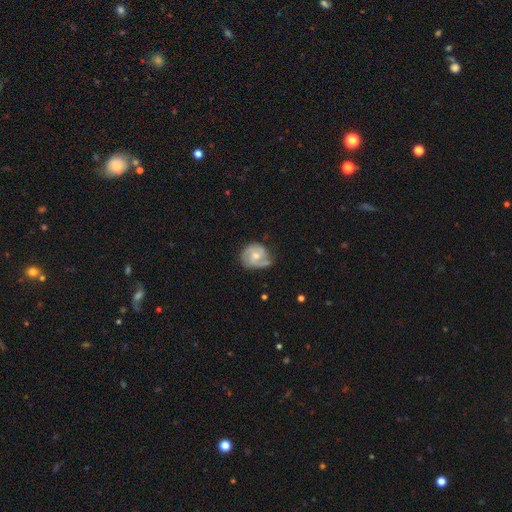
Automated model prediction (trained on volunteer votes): Smooth or featured?
  - featured or disk: 72% *
  - smooth: 22%
  - star or artifact: 6%
Edge-on disk?
  - no: 98% *
  - yes: 2%
Bar?
  - no: 63% *
  - weak: 33%
  - strong: 5%
Spiral arms?
  - yes: 92% *
  - no: 8%
Spiral winding?
  - tight: 45% *
  - medium: 42%
  - loose: 13%
Spiral arm count?
  - 2: 62% *
  - can't tell: 14%
  - 3: 13%
  - 1: 6%
  - 4: 2%
  - more than 4: 2%
Bulge size?
  - moderate: 52% *
  - small: 42%
  - none: 3%
  - large: 3%
  - dominant: 1%
Merging?
  - none: 59% *
  - minor disturbance: 29%
  - major disturbance: 10%
  - merger: 3%